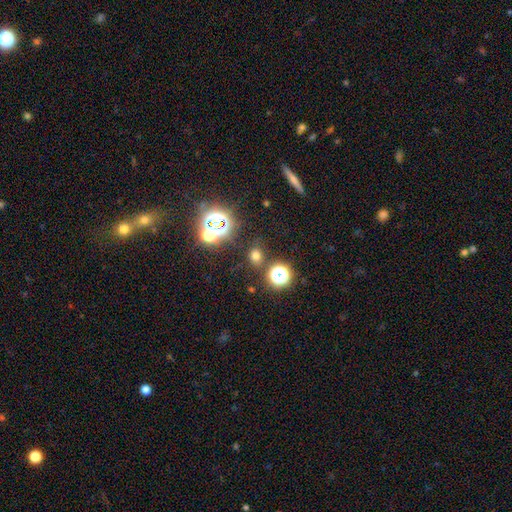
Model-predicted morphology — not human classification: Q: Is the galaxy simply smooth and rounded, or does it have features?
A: smooth — 63%.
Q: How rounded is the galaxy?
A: round — 70%.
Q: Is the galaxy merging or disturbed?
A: none — 82%.